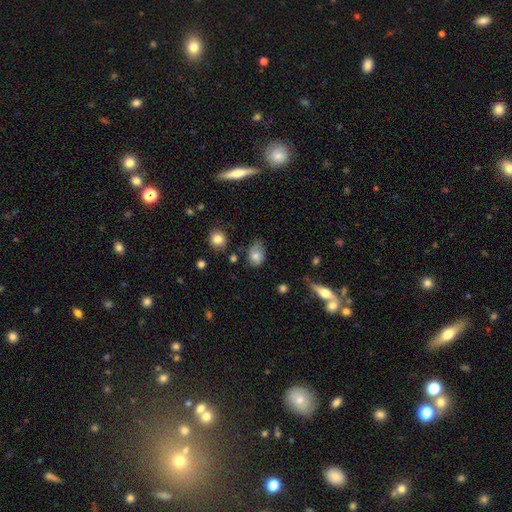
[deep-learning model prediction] This appears to be a smooth galaxy with no disk features (71%) that is in between round and cigar-shaped (73%). Merging: none (56%).